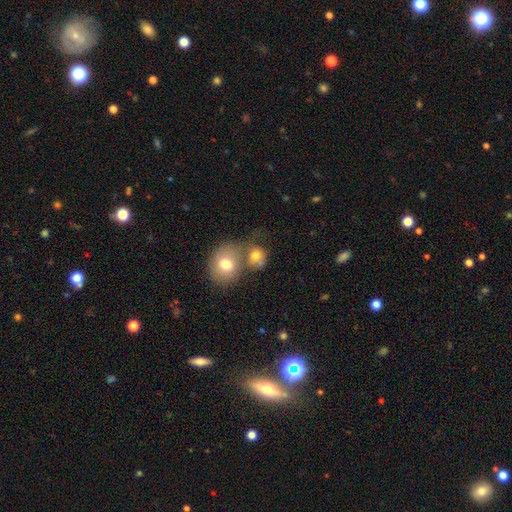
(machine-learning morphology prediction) smooth 76%, featured or disk 15%, star or artifact 10%. Down the decision tree: how rounded — round (71%); merging — merger (48%).